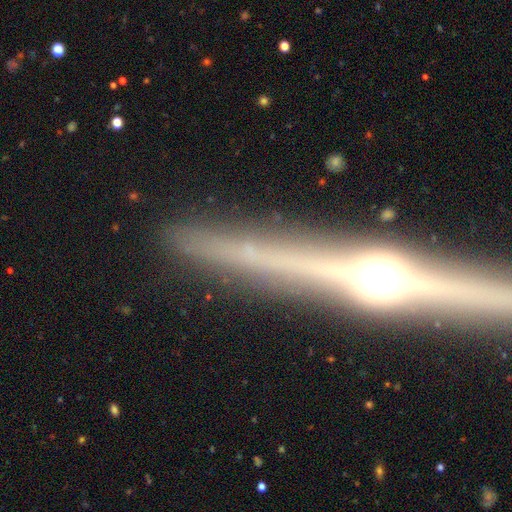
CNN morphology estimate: A featured or disk galaxy (61%) viewed edge-on (94%) with a rounded central bulge (54%).

Vote fractions:
- Smooth or featured? featured or disk: 61% / smooth: 24% / star or artifact: 15%
- Edge-on disk? yes: 94% / no: 6%
- Edge-on bulge? rounded: 54% / none: 33% / boxy: 13%
- Merging? none: 86% / minor disturbance: 9% / major disturbance: 3% / merger: 2%